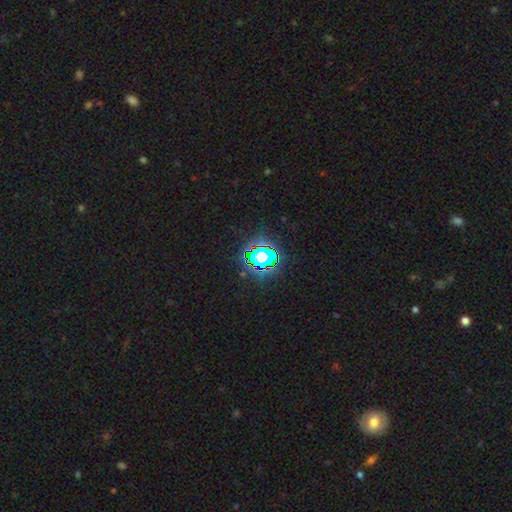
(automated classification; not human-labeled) smooth-or-featured: star or artifact: 73% | smooth: 16% | featured or disk: 11%